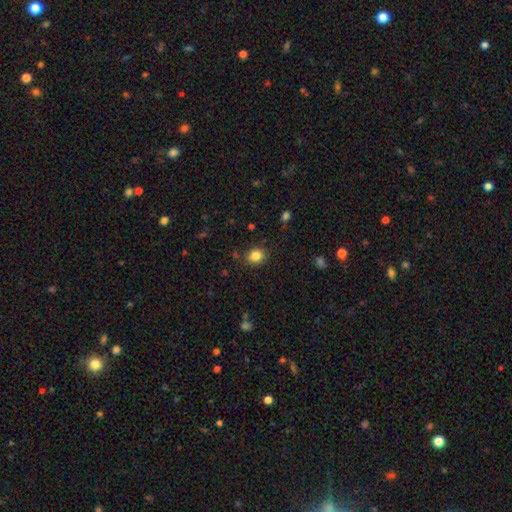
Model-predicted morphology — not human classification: smooth 84%, star or artifact 11%, featured or disk 5%. Down the decision tree: how rounded — round (65%); merging — none (85%).